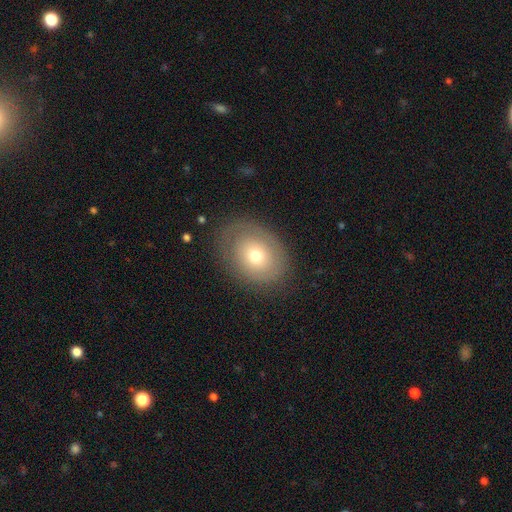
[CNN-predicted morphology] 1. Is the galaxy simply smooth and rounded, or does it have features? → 61% smooth, 30% featured or disk, 10% star or artifact.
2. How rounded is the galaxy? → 61% in between, 38% round, 1% cigar-shaped.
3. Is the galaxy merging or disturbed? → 77% none, 15% minor disturbance, 7% major disturbance, 1% merger.